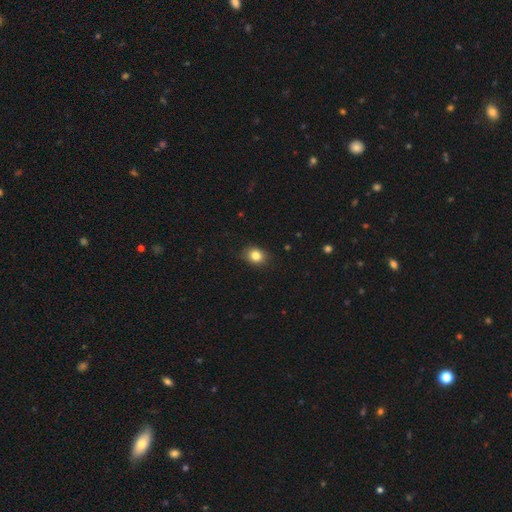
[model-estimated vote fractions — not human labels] A smooth galaxy with no disk features (83%) that is in between round and cigar-shaped (50%). Merging: none (84%).